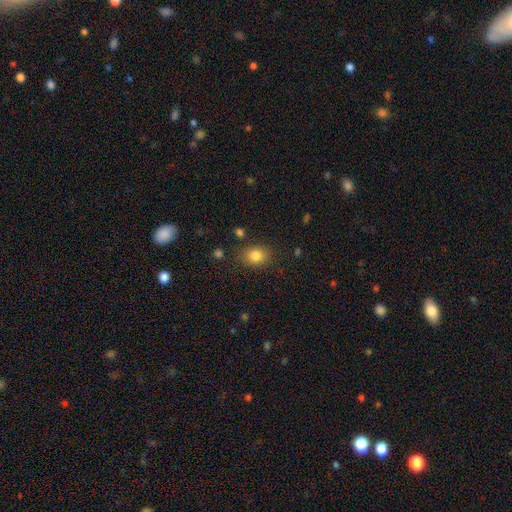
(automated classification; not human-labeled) This is clearly a smooth galaxy (82%). How rounded: possibly in between (54%). Merging: clearly none (82%).